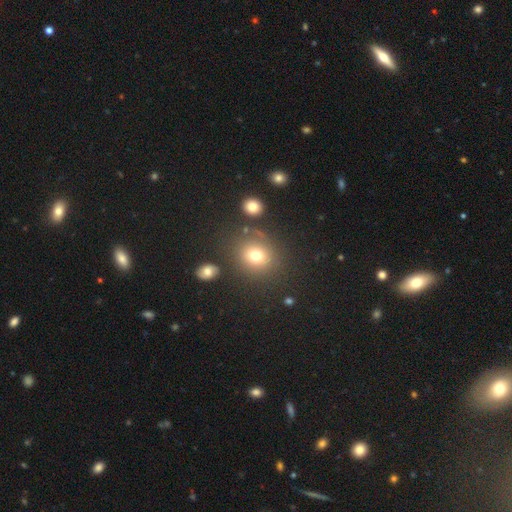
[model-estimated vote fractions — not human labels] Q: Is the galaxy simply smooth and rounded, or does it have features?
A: smooth — 74%.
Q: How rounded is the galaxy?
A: round — 80%.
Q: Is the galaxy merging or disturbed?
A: none — 78%.